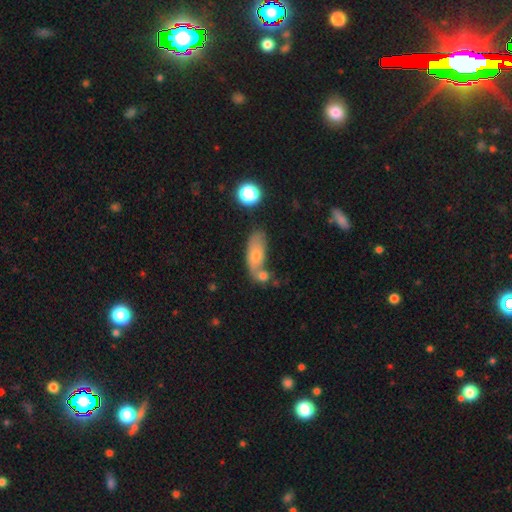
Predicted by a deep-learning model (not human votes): Smooth or featured: smooth — 65% (featured or disk — 26%)
How rounded: in between — 80% (cigar-shaped — 15%)
Merging: merger — 40% (none — 34%)